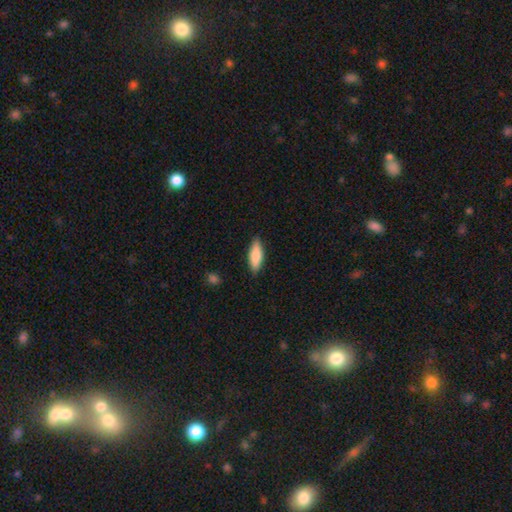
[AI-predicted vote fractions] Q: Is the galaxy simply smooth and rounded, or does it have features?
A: smooth — 81%.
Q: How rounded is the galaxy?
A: in between — 59%.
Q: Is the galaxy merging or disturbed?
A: none — 86%.